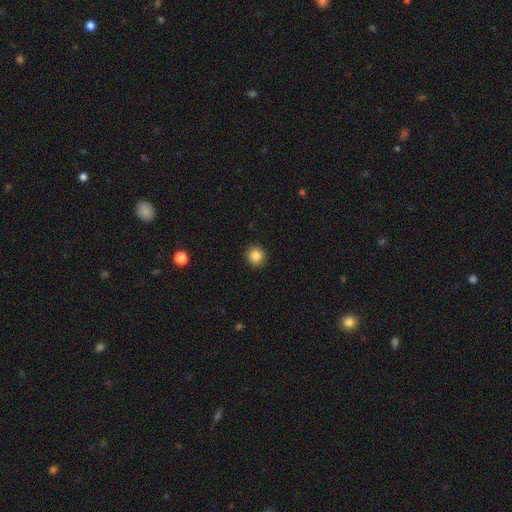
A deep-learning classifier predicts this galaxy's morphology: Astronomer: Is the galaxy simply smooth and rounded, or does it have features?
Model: smooth — 85%.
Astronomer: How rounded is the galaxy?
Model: round — 91%.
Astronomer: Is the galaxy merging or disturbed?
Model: none — 92%.